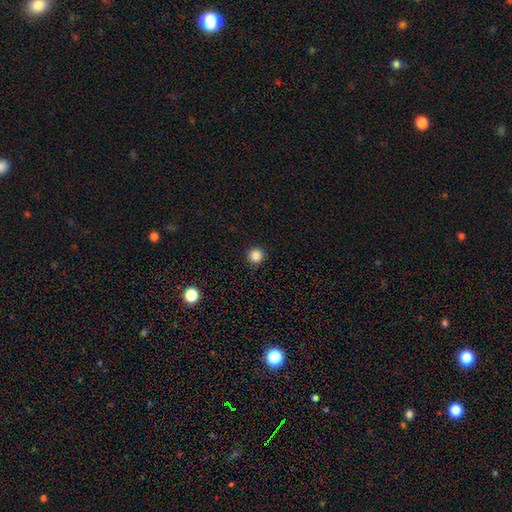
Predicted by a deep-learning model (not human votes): Q: Smooth or featured?
A: smooth (85%); runner-up: star or artifact (12%)
Q: How rounded?
A: round (95%); runner-up: in between (4%)
Q: Merging?
A: none (92%); runner-up: minor disturbance (5%)